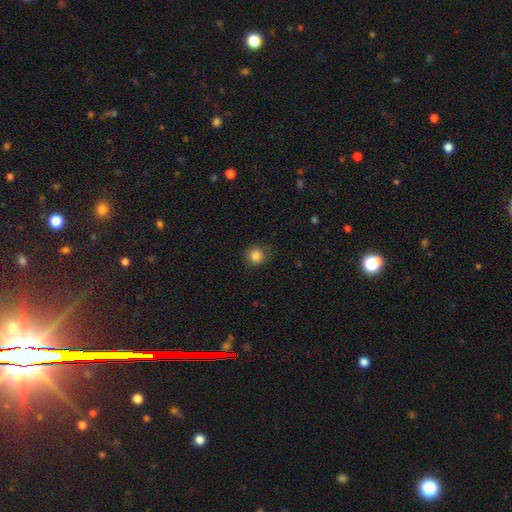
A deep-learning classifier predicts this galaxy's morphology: Overall: smooth (84%). How rounded: round (89%). Merging: none (81%).